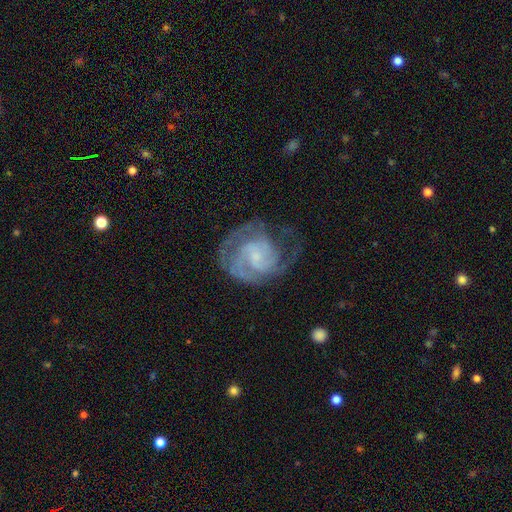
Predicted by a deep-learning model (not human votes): Q: Smooth or featured?
A: featured or disk (84%); runner-up: smooth (10%)
Q: Edge-on disk?
A: no (98%); runner-up: yes (2%)
Q: Bar?
A: no (55%); runner-up: weak (37%)
Q: Spiral arms?
A: yes (95%); runner-up: no (5%)
Q: Spiral winding?
A: tight (57%); runner-up: medium (35%)
Q: Spiral arm count?
A: 2 (40%); runner-up: can't tell (24%)
Q: Bulge size?
A: small (66%); runner-up: moderate (16%)
Q: Merging?
A: none (60%); runner-up: minor disturbance (21%)